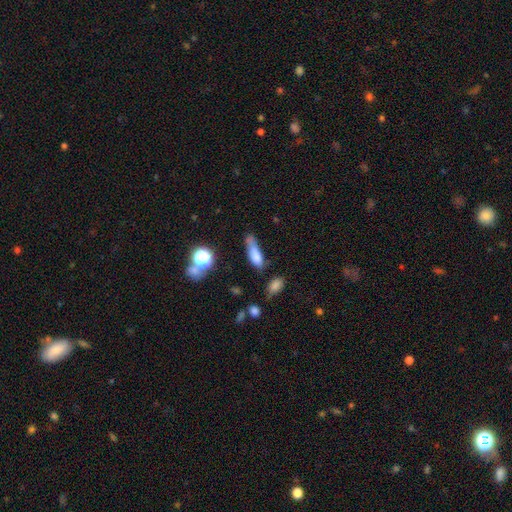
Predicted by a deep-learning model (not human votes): Overall: smooth (72%). How rounded: cigar-shaped (49%; in between 47%). Merging: none (37%; minor disturbance 34%).